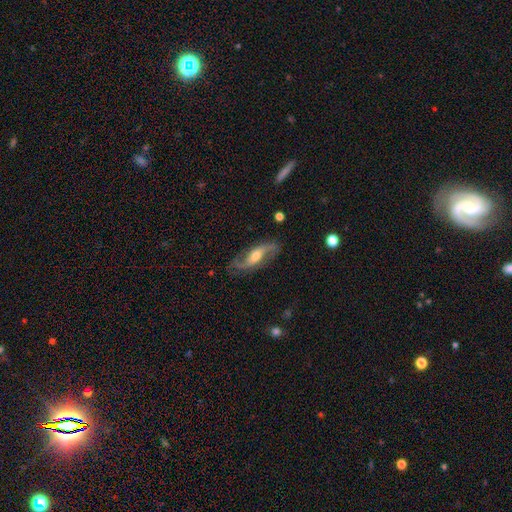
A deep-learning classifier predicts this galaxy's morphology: Smooth or featured? Predicted: featured or disk (p=0.84). Edge-on disk? Predicted: no (p=0.91). Bar? Predicted: no (p=0.40). Spiral arms? Predicted: yes (p=0.95). Spiral winding? Predicted: loose (p=0.61). Spiral arm count? Predicted: 2 (p=0.91). Bulge size? Predicted: moderate (p=0.61). Merging? Predicted: none (p=0.76).